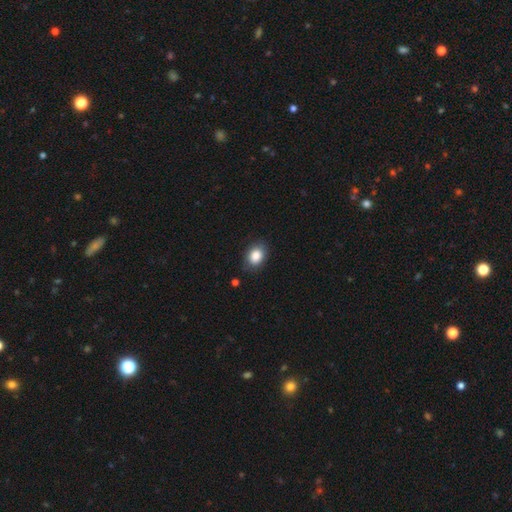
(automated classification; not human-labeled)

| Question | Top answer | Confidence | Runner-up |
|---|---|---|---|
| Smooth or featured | smooth | 85% | star or artifact (9%) |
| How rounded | in between | 66% | round (32%) |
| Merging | none | 82% | minor disturbance (13%) |